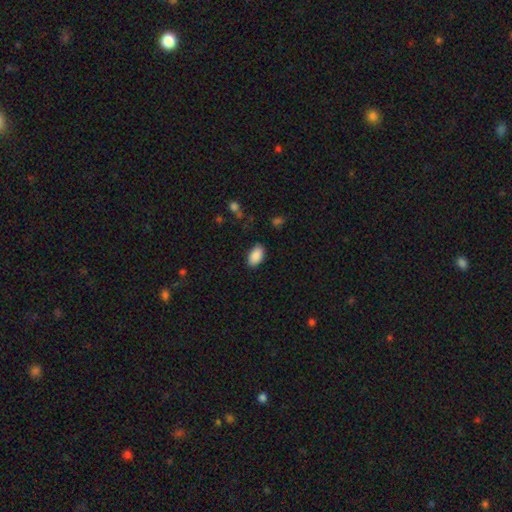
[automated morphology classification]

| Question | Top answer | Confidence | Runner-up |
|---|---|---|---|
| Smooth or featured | smooth | 90% | star or artifact (7%) |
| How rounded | in between | 94% | round (4%) |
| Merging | none | 86% | minor disturbance (10%) |